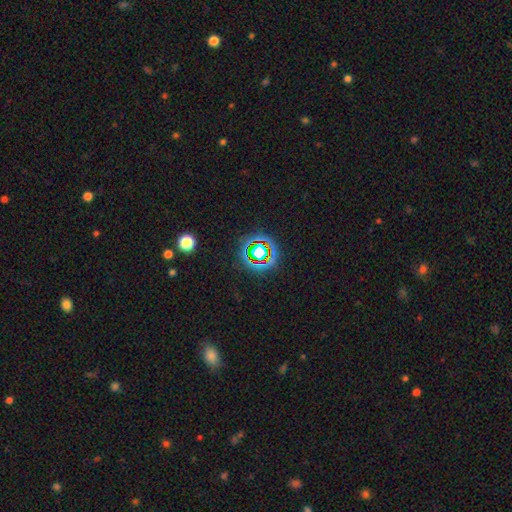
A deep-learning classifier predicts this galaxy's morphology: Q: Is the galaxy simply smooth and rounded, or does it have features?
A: star or artifact — 68%.